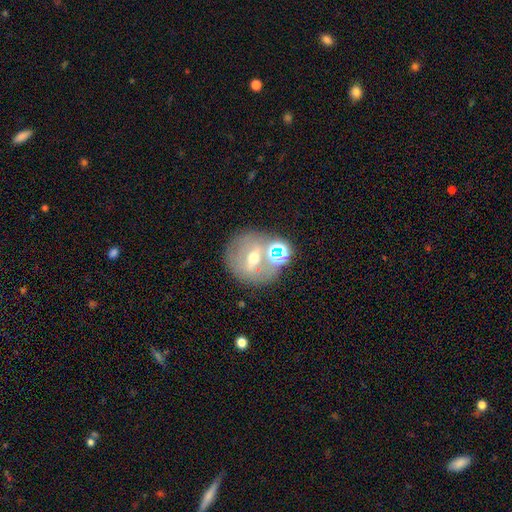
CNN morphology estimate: Overall: featured or disk (50%; smooth 32%). Merging: none (60%; merger 22%).